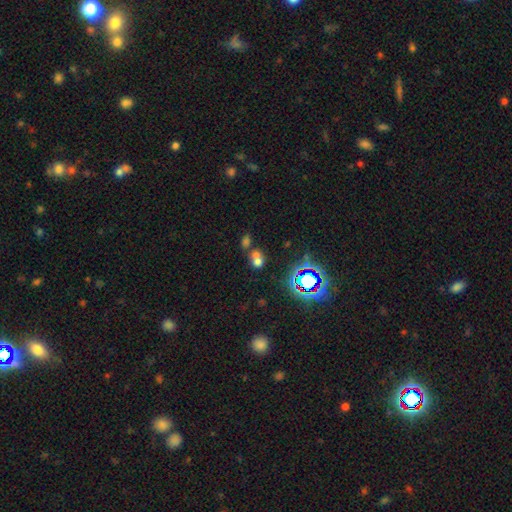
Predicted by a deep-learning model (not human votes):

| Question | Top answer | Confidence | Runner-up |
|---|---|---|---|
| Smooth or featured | star or artifact | 70% | smooth (20%) |